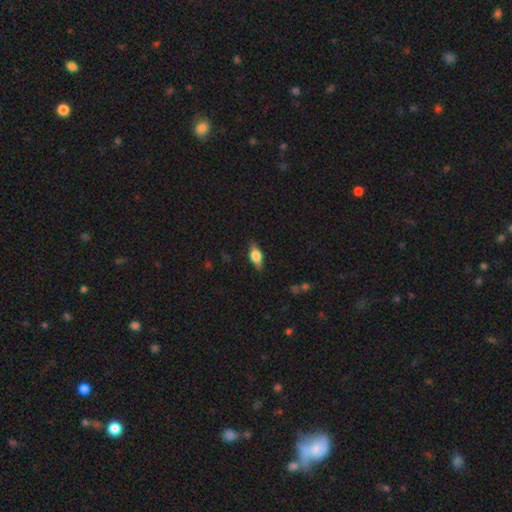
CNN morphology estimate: smooth 50%, featured or disk 42%, star or artifact 8%. Down the decision tree: how rounded — in between (75%); merging — none (83%).